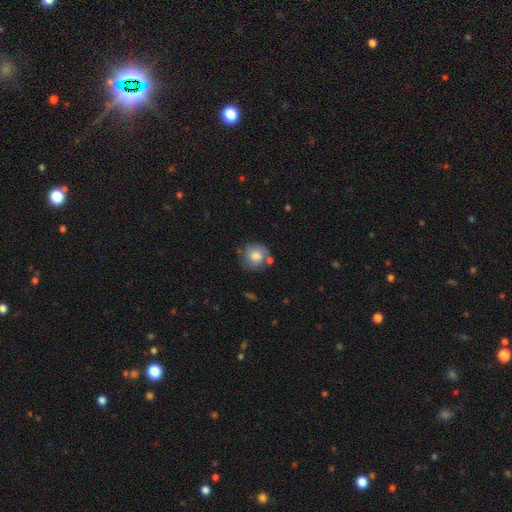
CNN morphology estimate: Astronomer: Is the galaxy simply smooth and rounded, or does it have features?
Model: smooth — 69%.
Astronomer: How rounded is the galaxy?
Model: round — 87%.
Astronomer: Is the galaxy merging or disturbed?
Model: none — 62%.